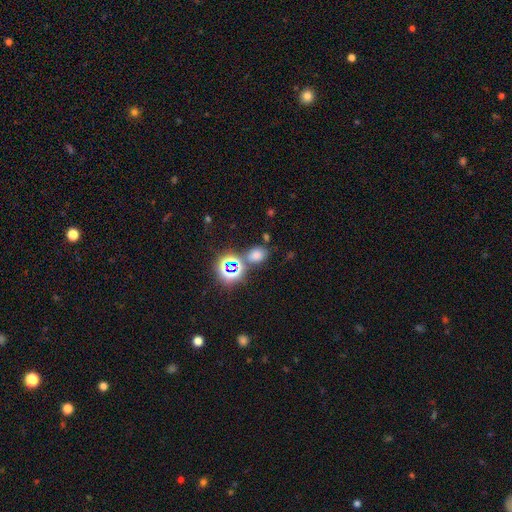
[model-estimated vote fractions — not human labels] A smooth galaxy with no disk features (62%) that is in between round and cigar-shaped (57%). Merging: none (72%).